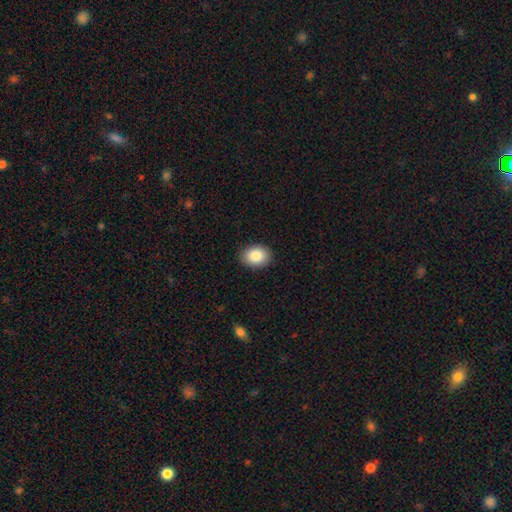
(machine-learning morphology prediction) smooth-or-featured: smooth: 87% | star or artifact: 7% | featured or disk: 6%
  how-rounded: in between: 67% | round: 33% | cigar-shaped: 1%
  merging: none: 89% | minor disturbance: 8% | major disturbance: 2% | merger: 1%